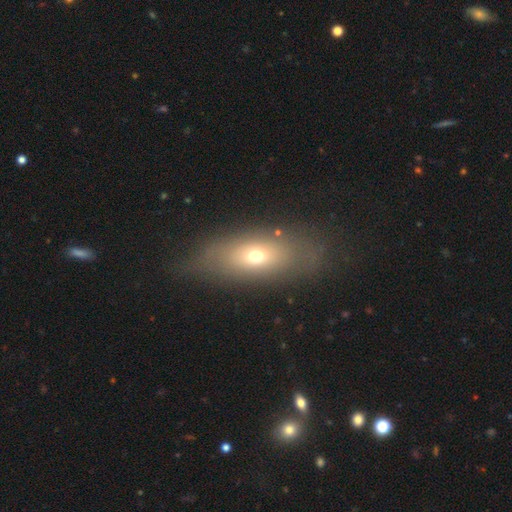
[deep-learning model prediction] A smooth galaxy with no disk features (61%) that is in between round and cigar-shaped (74%). Merging: none (70%).